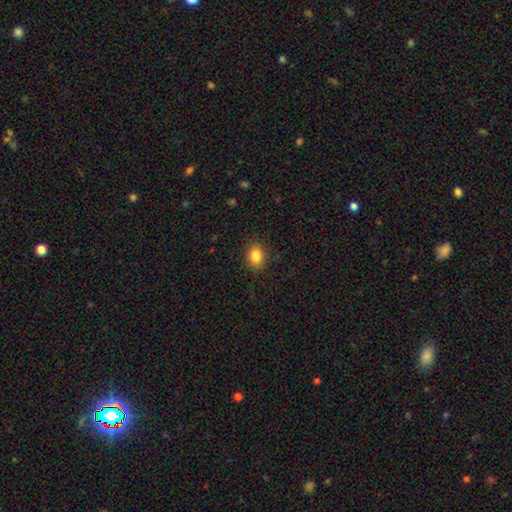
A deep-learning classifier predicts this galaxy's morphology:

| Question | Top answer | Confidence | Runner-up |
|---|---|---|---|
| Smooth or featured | smooth | 85% | star or artifact (10%) |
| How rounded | in between | 56% | round (43%) |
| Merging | none | 87% | minor disturbance (9%) |